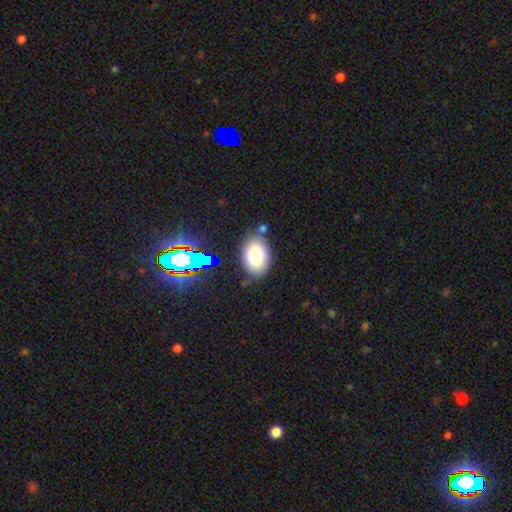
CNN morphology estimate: Smooth or featured: smooth — 81% (star or artifact — 10%)
How rounded: in between — 90% (round — 9%)
Merging: none — 77% (minor disturbance — 13%)